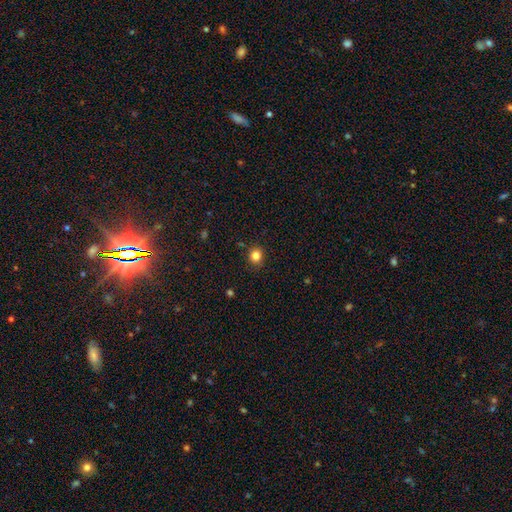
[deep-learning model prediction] Smooth or featured: smooth — 83% (star or artifact — 12%)
How rounded: round — 83% (in between — 16%)
Merging: none — 88% (minor disturbance — 8%)